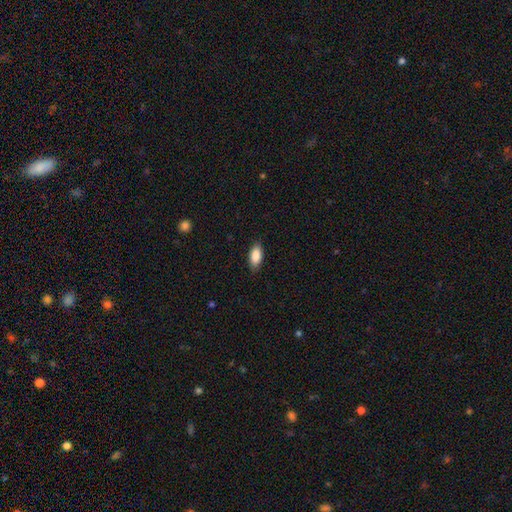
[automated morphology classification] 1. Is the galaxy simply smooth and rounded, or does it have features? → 88% smooth, 7% star or artifact, 5% featured or disk.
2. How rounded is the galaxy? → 90% in between, 7% cigar-shaped, 3% round.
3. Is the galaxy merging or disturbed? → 86% none, 10% minor disturbance, 2% major disturbance, 1% merger.